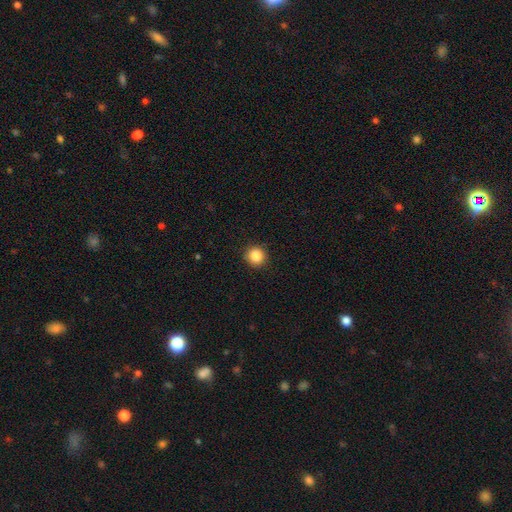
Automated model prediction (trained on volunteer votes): Morphology: type=smooth (87%); roundness=round (92%); merging=none (91%).